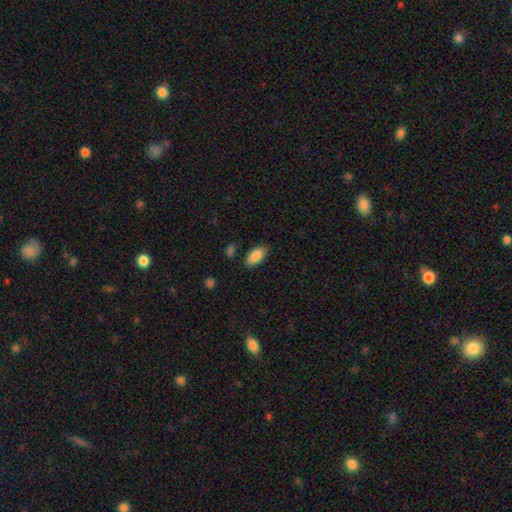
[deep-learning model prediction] Smooth or featured? smooth (88%)
How rounded? in between (91%)
Merging? none (85%)